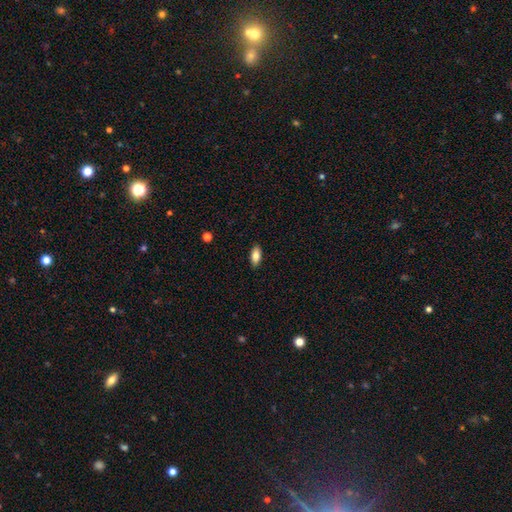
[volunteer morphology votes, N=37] Smooth or featured? 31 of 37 (84%) said smooth. How rounded? 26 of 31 (84%) said in between. Merging? 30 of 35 (86%) said none.